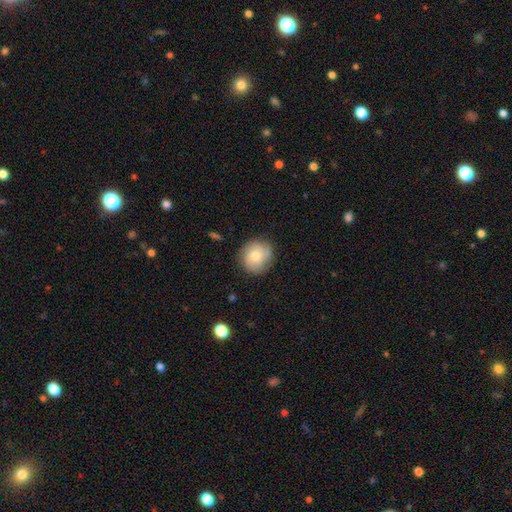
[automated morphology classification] smooth-or-featured: smooth: 70% | featured or disk: 23% | star or artifact: 7%
  how-rounded: round: 90% | in between: 9% | cigar-shaped: 1%
  merging: none: 82% | minor disturbance: 13% | major disturbance: 3% | merger: 1%